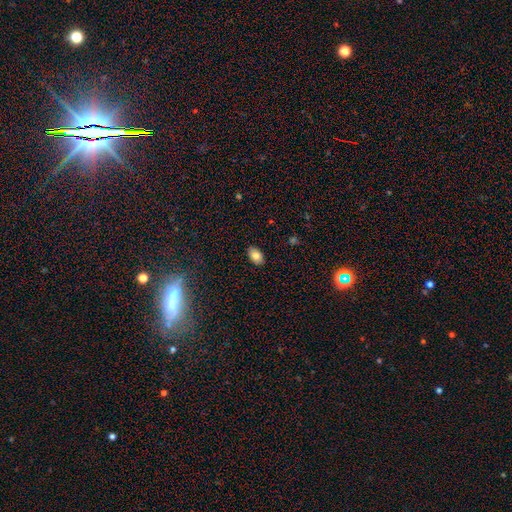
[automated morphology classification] Smooth or featured? Predicted: smooth (p=0.81). How rounded? Predicted: in between (p=0.90). Merging? Predicted: none (p=0.88).